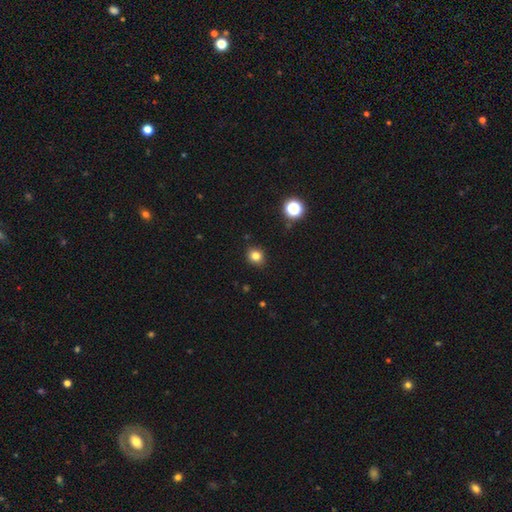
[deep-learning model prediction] smooth 81%, star or artifact 13%, featured or disk 5%. Down the decision tree: how rounded — round (75%); merging — none (89%).